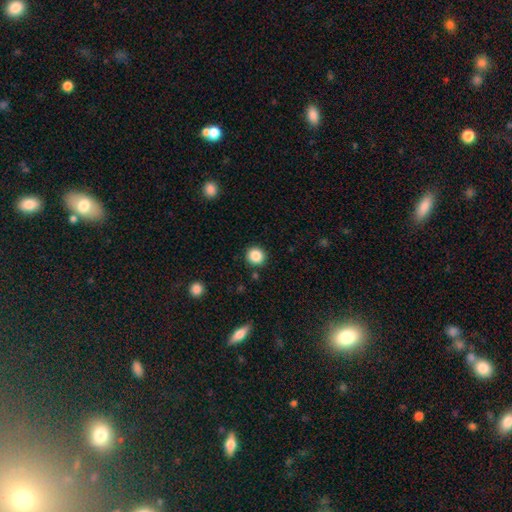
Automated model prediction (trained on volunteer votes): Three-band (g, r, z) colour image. It shows a smooth galaxy with no disk features (86%) that is round (89%). Merging: none (90%).